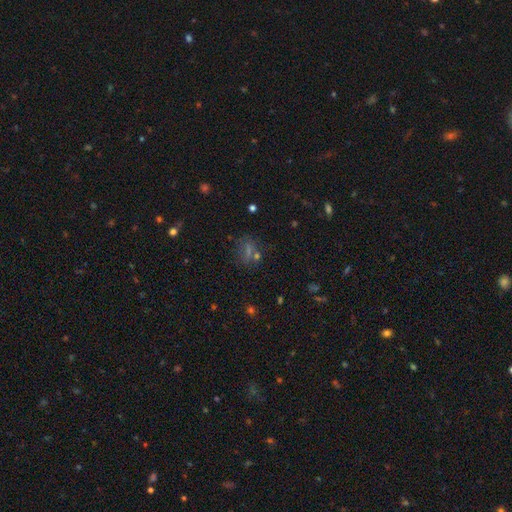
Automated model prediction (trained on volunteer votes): Q: Smooth or featured?
A: smooth (46%); runner-up: star or artifact (40%)
Q: Merging?
A: none (70%); runner-up: minor disturbance (15%)